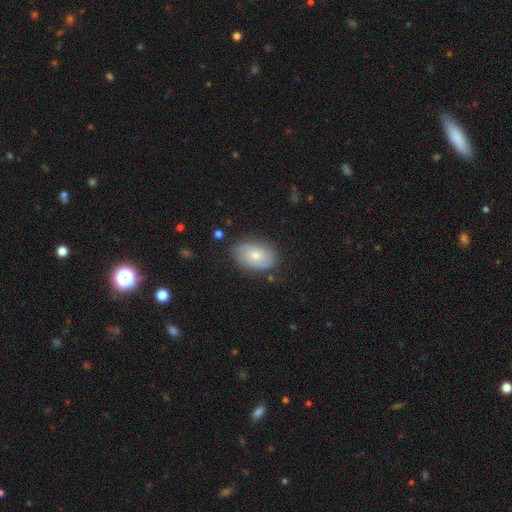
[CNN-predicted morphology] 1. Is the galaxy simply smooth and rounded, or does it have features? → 47% featured or disk, 46% smooth, 7% star or artifact.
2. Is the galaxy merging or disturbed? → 75% none, 19% minor disturbance, 5% major disturbance, 2% merger.